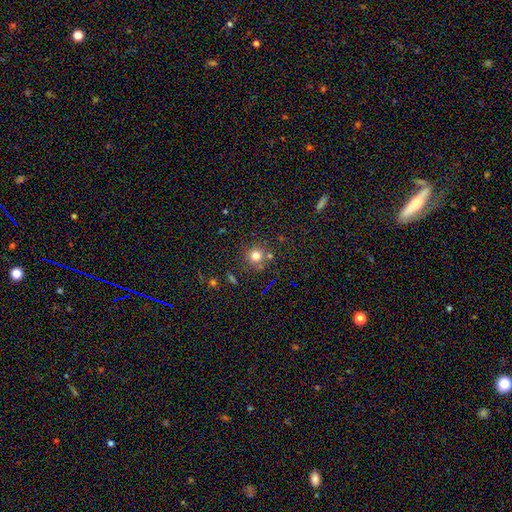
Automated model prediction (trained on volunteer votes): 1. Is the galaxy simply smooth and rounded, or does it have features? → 75% smooth, 17% star or artifact, 8% featured or disk.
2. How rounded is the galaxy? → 92% round, 7% in between, 1% cigar-shaped.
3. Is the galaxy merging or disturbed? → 77% none, 10% minor disturbance, 9% merger, 4% major disturbance.